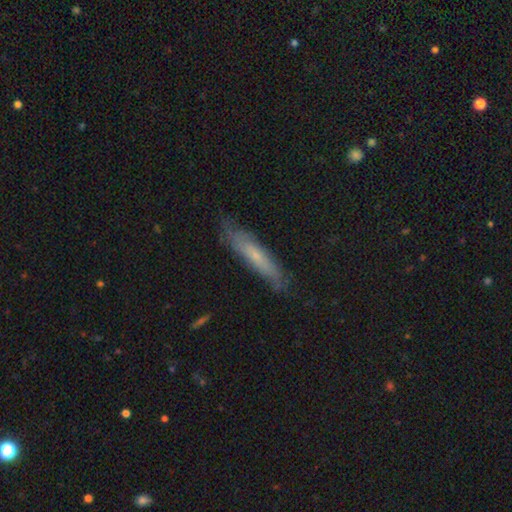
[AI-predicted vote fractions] smooth_or_featured: smooth (p=0.51) [alt: featured or disk p=0.41]
how_rounded: cigar-shaped (p=0.84) [alt: in between p=0.14]
merging: none (p=0.75) [alt: minor disturbance p=0.19]